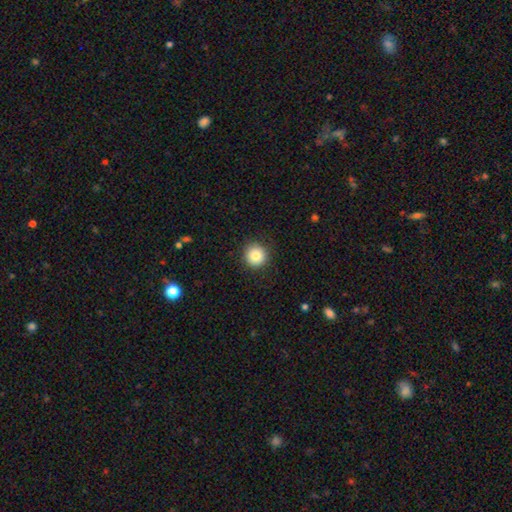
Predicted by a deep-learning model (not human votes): A smooth galaxy with no disk features (84%) that is round (94%). Merging: none (90%).